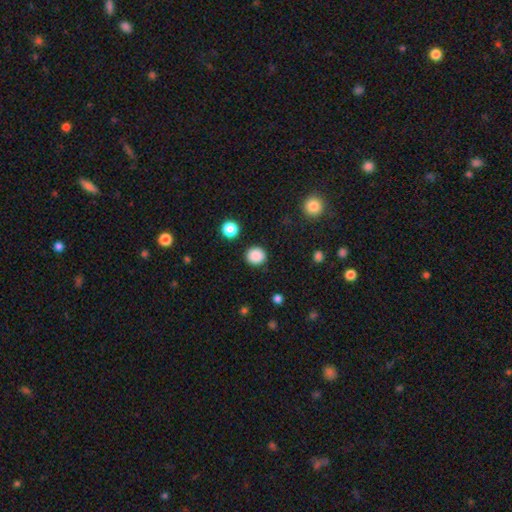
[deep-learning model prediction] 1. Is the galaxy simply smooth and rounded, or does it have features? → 87% smooth, 10% star or artifact, 3% featured or disk.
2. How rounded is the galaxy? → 89% round, 10% in between, 1% cigar-shaped.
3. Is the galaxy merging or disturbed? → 90% none, 6% minor disturbance, 2% major disturbance, 2% merger.